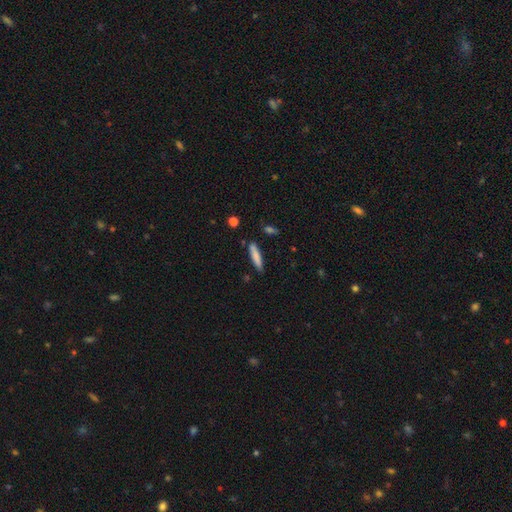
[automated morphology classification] smooth 82%, featured or disk 12%, star or artifact 6%. Down the decision tree: how rounded — cigar-shaped (86%); merging — none (84%).